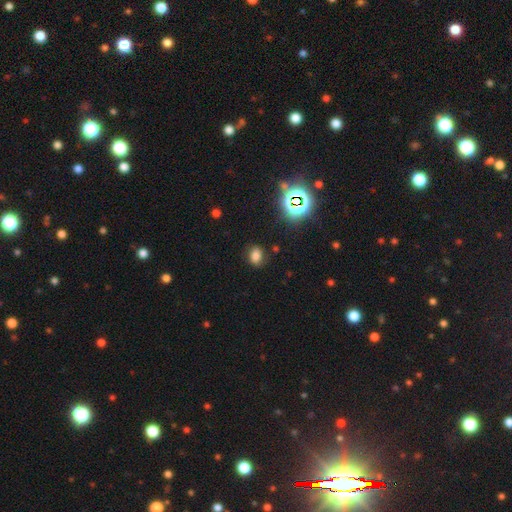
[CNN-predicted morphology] A smooth galaxy with no disk features (71%) that is in between round and cigar-shaped (60%).

Vote fractions:
- Smooth or featured? smooth: 71% / star or artifact: 21% / featured or disk: 8%
- How rounded? in between: 60% / round: 38% / cigar-shaped: 1%
- Merging? none: 82% / minor disturbance: 13% / major disturbance: 4% / merger: 2%